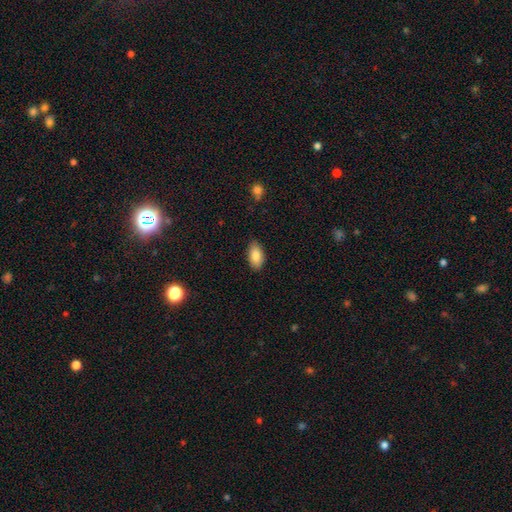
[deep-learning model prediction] Morphology: type=smooth (83%); roundness=in between (93%); merging=none (86%).